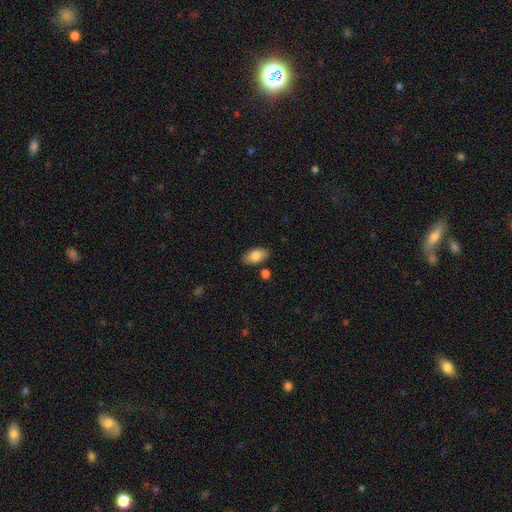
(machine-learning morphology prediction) Overall: smooth (83%). How rounded: in between (94%). Merging: none (83%).